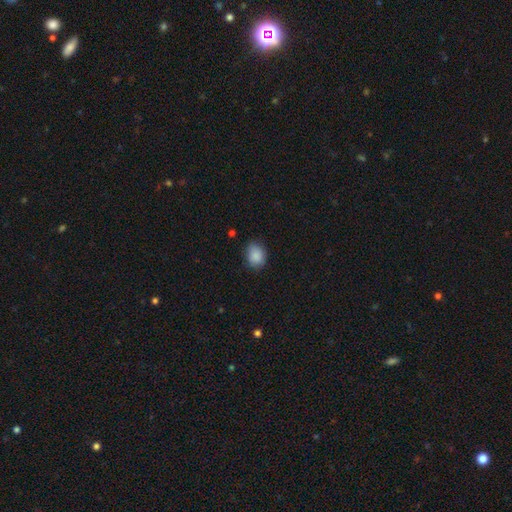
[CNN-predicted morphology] Q: Smooth or featured?
A: smooth (87%); runner-up: star or artifact (8%)
Q: How rounded?
A: in between (56%); runner-up: round (43%)
Q: Merging?
A: none (72%); runner-up: minor disturbance (23%)